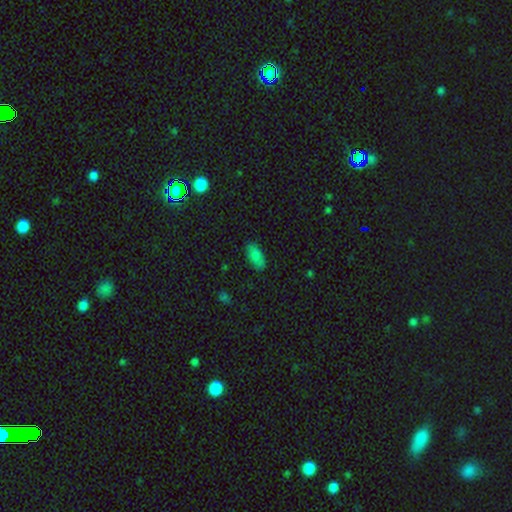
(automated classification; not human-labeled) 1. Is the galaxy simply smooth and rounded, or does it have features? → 83% smooth, 10% star or artifact, 7% featured or disk.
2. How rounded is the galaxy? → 90% in between, 7% cigar-shaped, 3% round.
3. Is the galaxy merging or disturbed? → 84% none, 12% minor disturbance, 3% major disturbance, 1% merger.